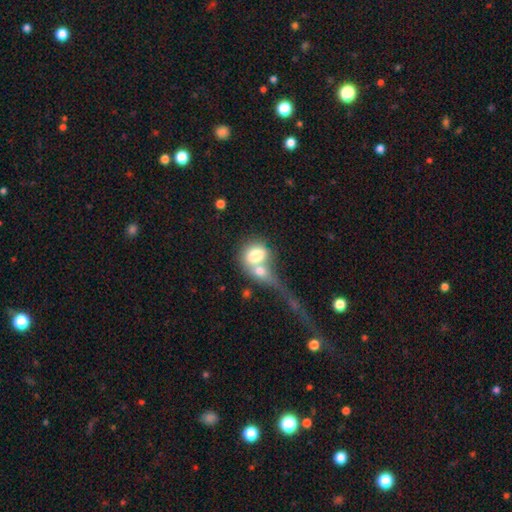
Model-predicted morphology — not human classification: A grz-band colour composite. It shows a smooth galaxy with no disk features (71%) that is in between round and cigar-shaped (62%). Merging: merger (66%).